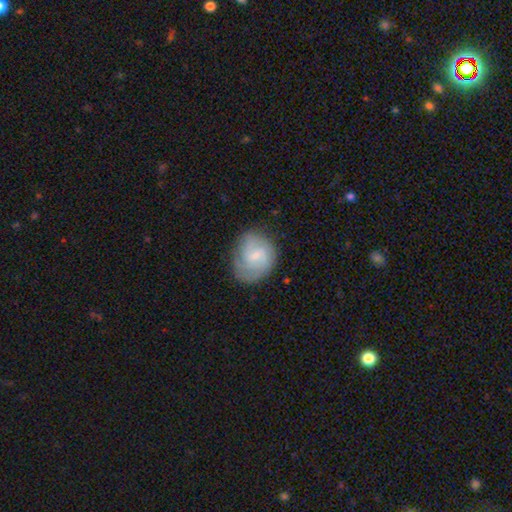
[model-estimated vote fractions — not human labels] Smooth or featured? featured or disk (55%)
Edge-on disk? no (98%)
Bar? weak (55%)
Spiral arms? yes (87%)
Bulge size? small (59%)
Merging? none (70%)